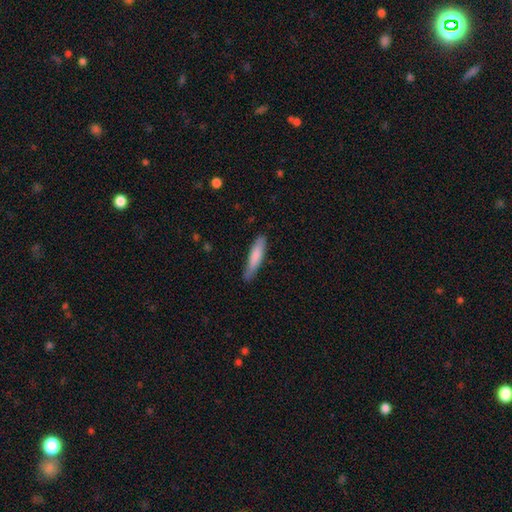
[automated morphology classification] Smooth or featured? smooth (78%)
How rounded? cigar-shaped (84%)
Merging? none (73%)